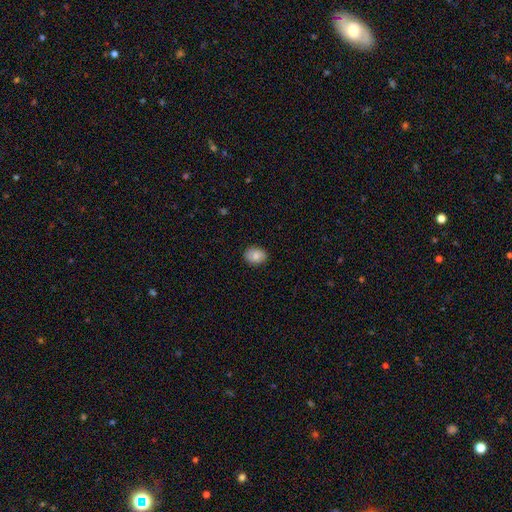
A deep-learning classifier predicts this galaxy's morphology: smooth_or_featured: smooth (p=0.80) [alt: featured or disk p=0.13]
how_rounded: in between (p=0.57) [alt: round p=0.42]
merging: none (p=0.87) [alt: minor disturbance p=0.10]